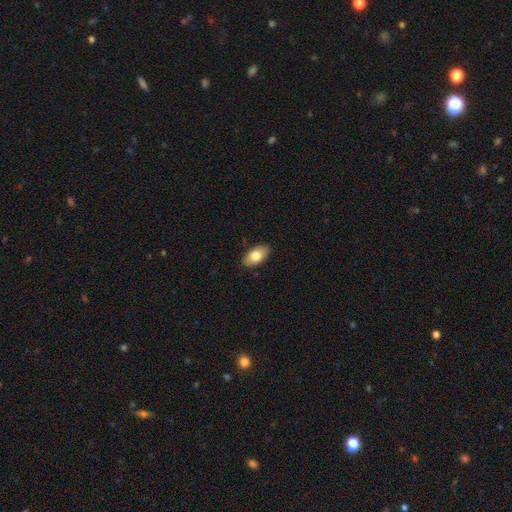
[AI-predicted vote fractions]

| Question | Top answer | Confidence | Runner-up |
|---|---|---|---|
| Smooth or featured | smooth | 78% | featured or disk (15%) |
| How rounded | in between | 93% | round (4%) |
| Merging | none | 88% | minor disturbance (9%) |